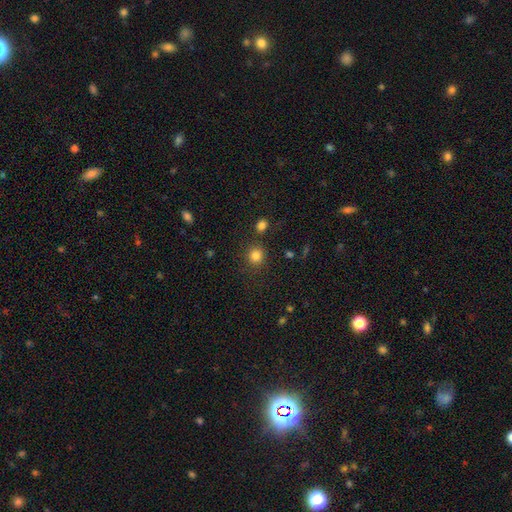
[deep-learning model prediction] smooth-or-featured: smooth: 83% | star or artifact: 12% | featured or disk: 5%
  how-rounded: round: 89% | in between: 10% | cigar-shaped: 1%
  merging: none: 83% | minor disturbance: 8% | merger: 6% | major disturbance: 4%